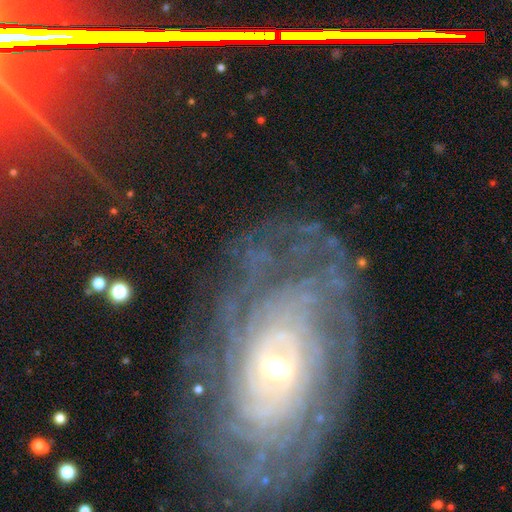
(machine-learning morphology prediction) The model was most divided on "bar": no: 45%, weak: 33%, strong: 22%. Remaining: edge-on disk — no (95%); spiral arms — yes (87%); smooth or featured — featured or disk (78%); spiral winding — tight (69%); merging — none (65%); bulge size — small (59%); spiral arm count — can't tell (43%).